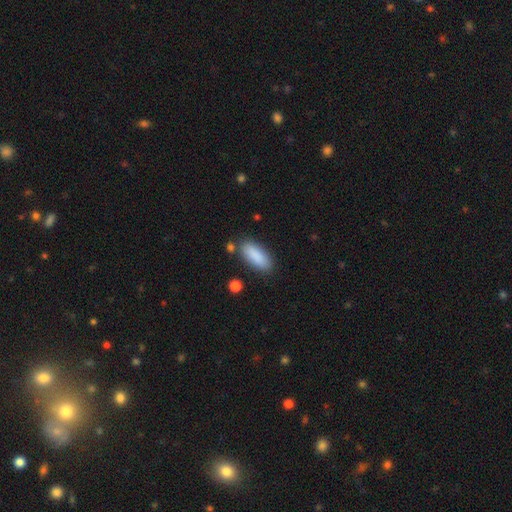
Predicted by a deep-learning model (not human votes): Smooth or featured? Predicted: smooth (p=0.88). How rounded? Predicted: in between (p=0.74). Merging? Predicted: none (p=0.82).